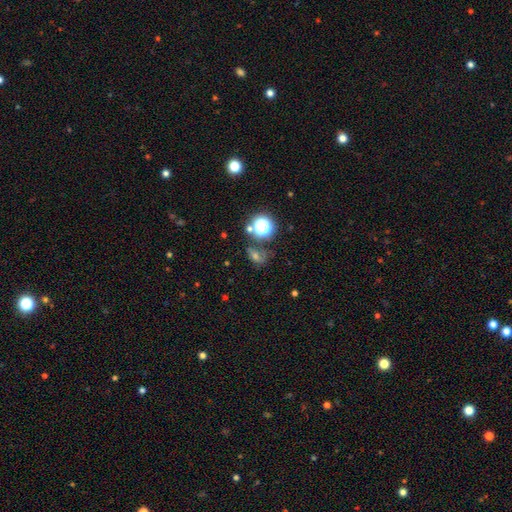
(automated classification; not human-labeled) Smooth or featured? star or artifact (47%)